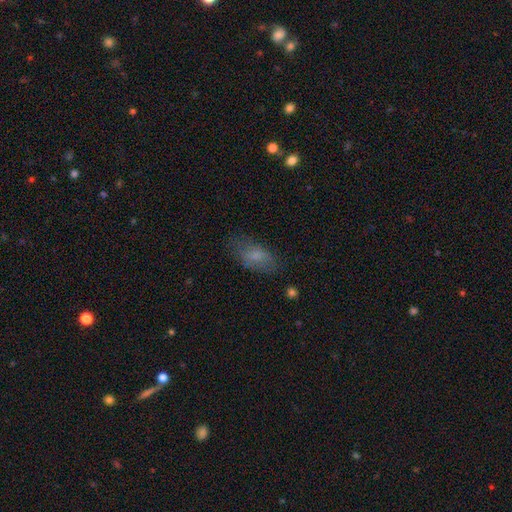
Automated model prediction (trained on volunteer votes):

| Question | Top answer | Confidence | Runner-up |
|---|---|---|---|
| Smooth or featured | smooth | 72% | featured or disk (19%) |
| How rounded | in between | 88% | cigar-shaped (7%) |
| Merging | none | 67% | minor disturbance (21%) |